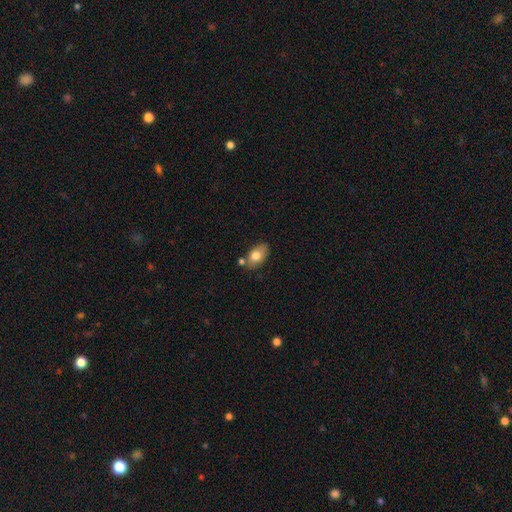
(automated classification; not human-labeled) A smooth galaxy with no disk features (76%) that is in between round and cigar-shaped (88%). Merging: none (66%).